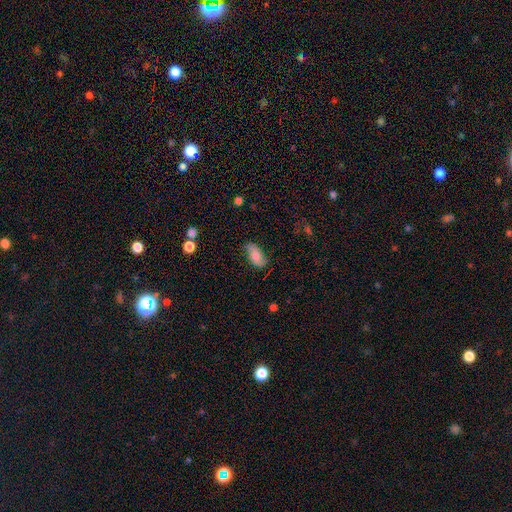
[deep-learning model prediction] smooth_or_featured: smooth (p=0.64) [alt: featured or disk p=0.29]
how_rounded: in between (p=0.92) [alt: cigar-shaped p=0.04]
merging: none (p=0.73) [alt: minor disturbance p=0.20]